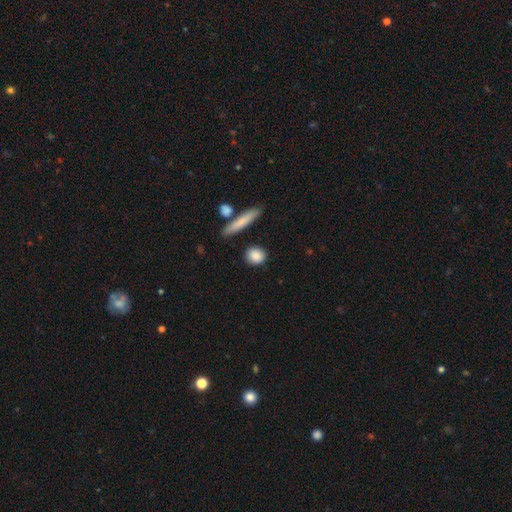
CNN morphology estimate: The model was most divided on "how rounded": round: 61%, in between: 29%, cigar-shaped: 10%. More confident: smooth or featured — smooth (87%); merging — none (85%).